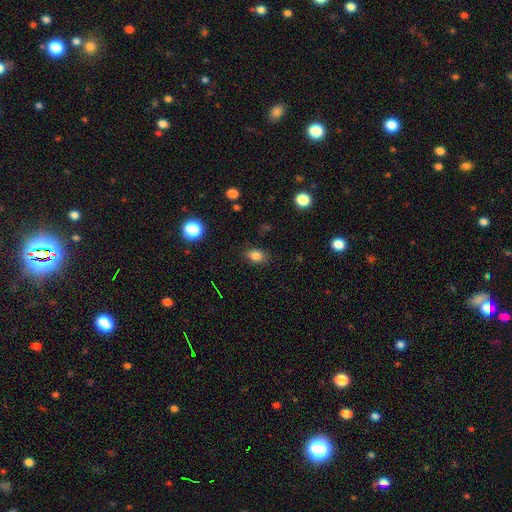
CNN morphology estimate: Q: Smooth or featured?
A: smooth (82%); runner-up: star or artifact (12%)
Q: How rounded?
A: in between (76%); runner-up: round (23%)
Q: Merging?
A: none (86%); runner-up: minor disturbance (10%)